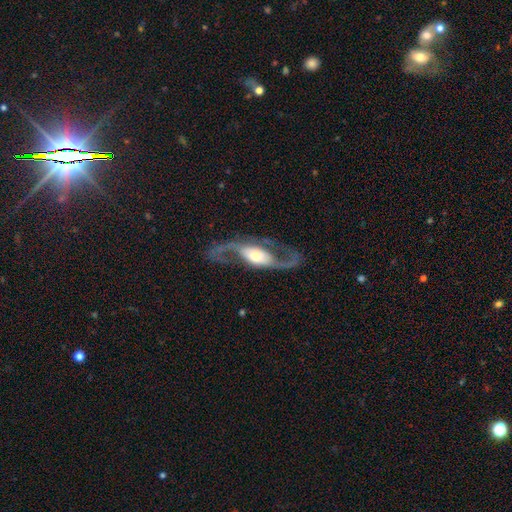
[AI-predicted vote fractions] Smooth or featured? Predicted: featured or disk (p=0.89). Edge-on disk? Predicted: no (p=0.92). Bar? Predicted: no (p=0.43). Spiral arms? Predicted: yes (p=0.93). Spiral winding? Predicted: loose (p=0.53). Spiral arm count? Predicted: 2 (p=0.93). Bulge size? Predicted: moderate (p=0.48). Merging? Predicted: none (p=0.77).